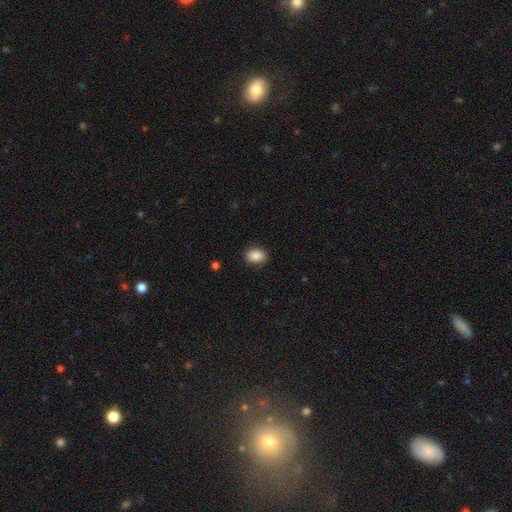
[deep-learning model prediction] The model was most divided on "how rounded": in between: 74%, round: 25%, cigar-shaped: 1%. More confident: smooth or featured — smooth (88%); merging — none (87%).